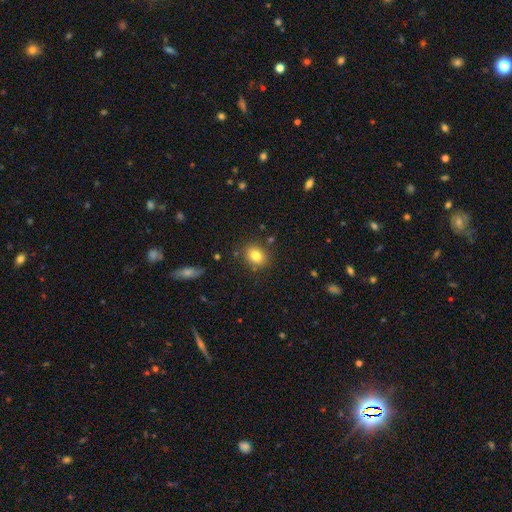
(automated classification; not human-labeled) smooth 81%, star or artifact 11%, featured or disk 8%. Down the decision tree: how rounded — round (52%); merging — none (83%).